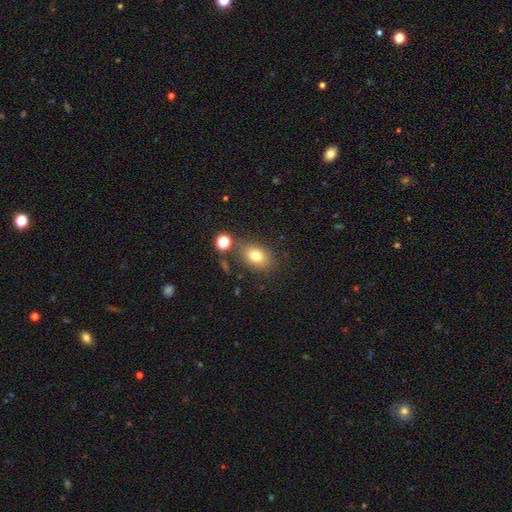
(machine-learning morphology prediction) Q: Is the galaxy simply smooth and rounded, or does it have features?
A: smooth — 75%.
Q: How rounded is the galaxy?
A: in between — 73%.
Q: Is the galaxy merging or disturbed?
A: none — 72%.